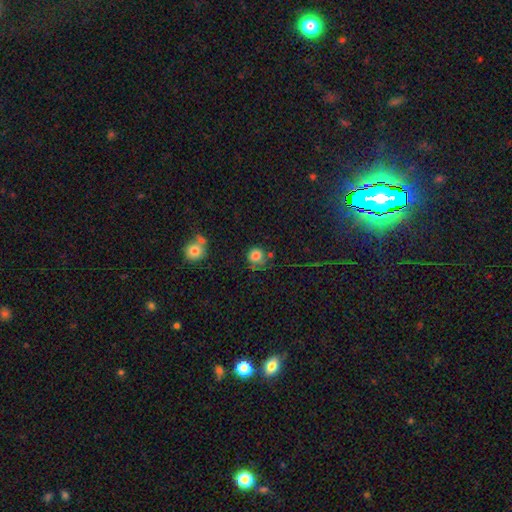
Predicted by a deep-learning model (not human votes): This appears to be a smooth galaxy with no disk features (80%) that is round (88%). Merging: none (62%).